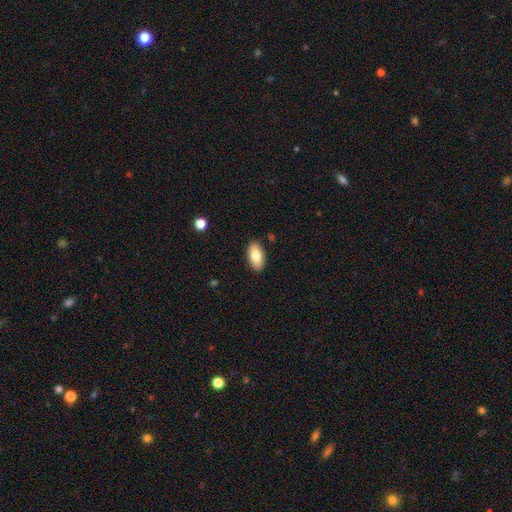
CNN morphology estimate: This appears to be a smooth galaxy with no disk features (81%) that is in between round and cigar-shaped (92%). Merging: none (88%).